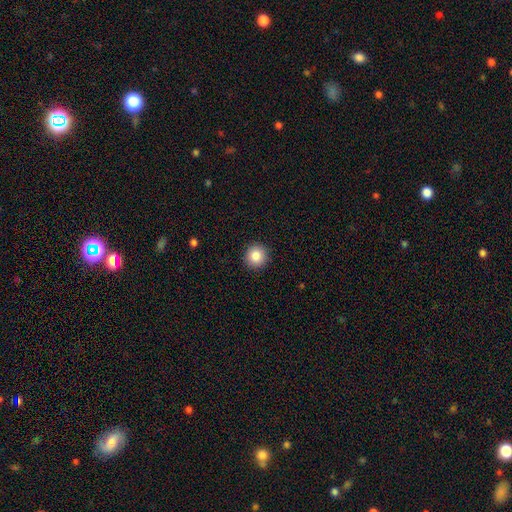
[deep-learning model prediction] The model was most divided on "smooth or featured": smooth: 86%, star or artifact: 9%, featured or disk: 5%. More confident: how rounded — round (94%); merging — none (92%).